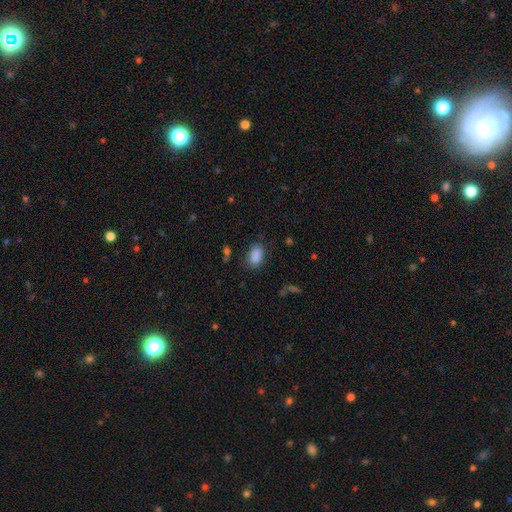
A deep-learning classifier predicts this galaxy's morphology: type=smooth (87%); roundness=in between (89%); merging=none (75%).